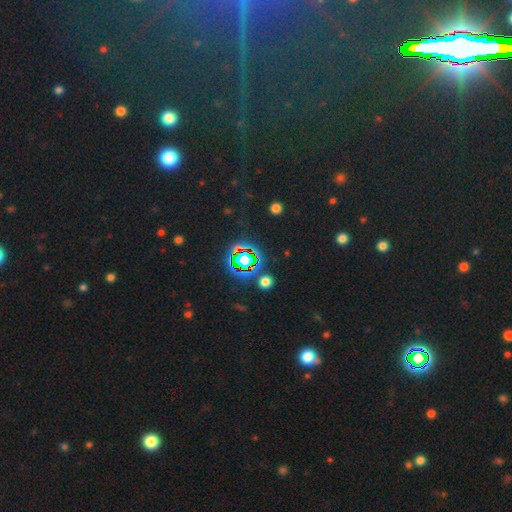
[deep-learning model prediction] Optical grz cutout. It shows a star or artifact, not a galaxy (79%).